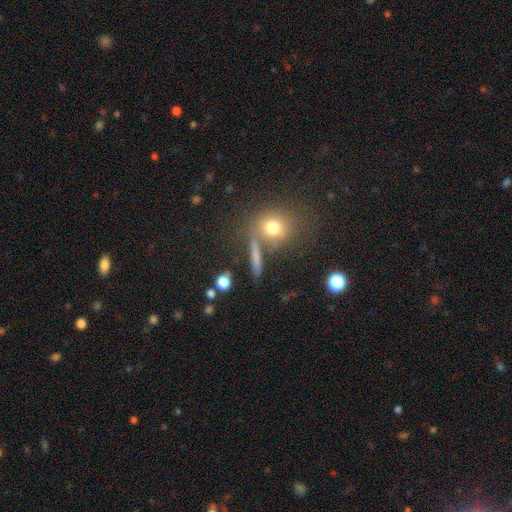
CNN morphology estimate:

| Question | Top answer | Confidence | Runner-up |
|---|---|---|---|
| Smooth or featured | smooth | 62% | featured or disk (23%) |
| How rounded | cigar-shaped | 54% | round (28%) |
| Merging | none | 74% | minor disturbance (11%) |